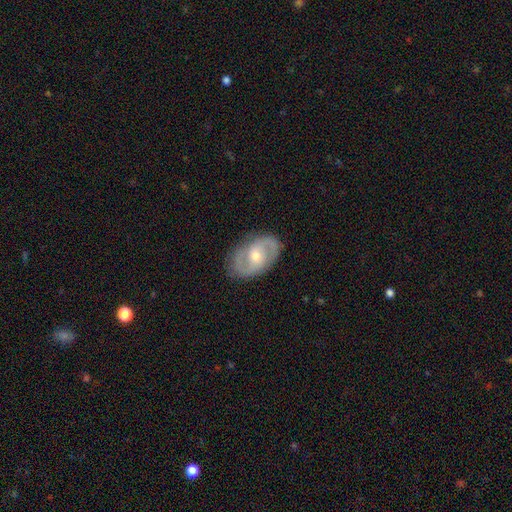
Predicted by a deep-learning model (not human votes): featured or disk 80%, smooth 14%, star or artifact 5%. Down the decision tree: edge-on disk — no (96%); bar — weak (43%); spiral arms — yes (89%); spiral arm count — 2 (88%); spiral winding — medium (51%); bulge size — moderate (59%); merging — none (83%).